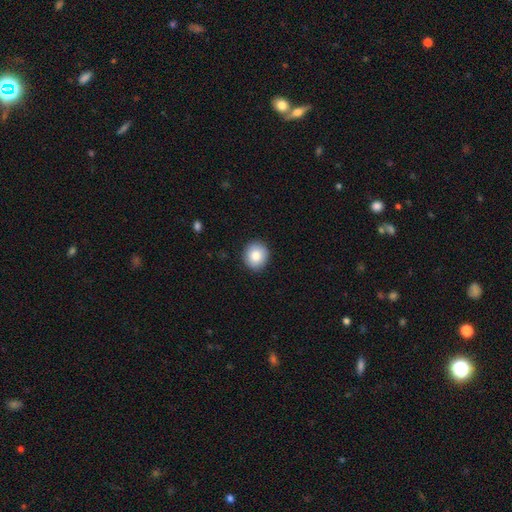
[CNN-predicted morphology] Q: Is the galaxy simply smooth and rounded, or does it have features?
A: smooth — 83%.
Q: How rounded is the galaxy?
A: round — 88%.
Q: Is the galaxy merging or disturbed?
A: none — 90%.